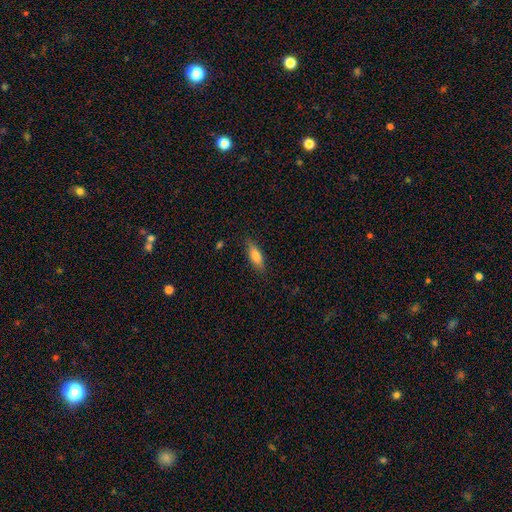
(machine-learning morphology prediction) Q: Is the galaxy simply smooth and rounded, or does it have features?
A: smooth — 76%.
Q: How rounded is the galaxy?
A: in between — 58%.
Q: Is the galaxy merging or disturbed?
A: none — 84%.